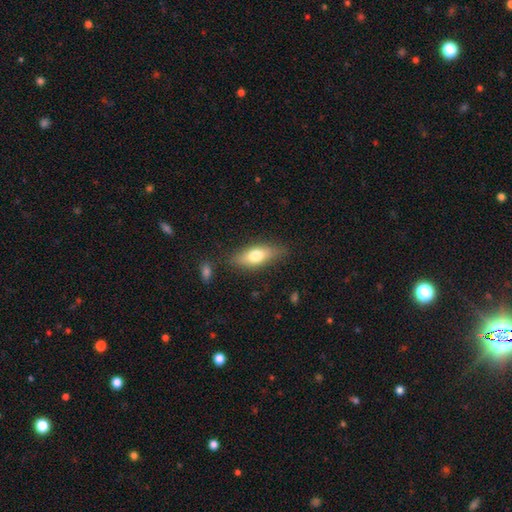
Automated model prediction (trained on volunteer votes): A smooth galaxy with no disk features (67%) that is in between round and cigar-shaped (67%).

Vote fractions:
- Smooth or featured? smooth: 67% / featured or disk: 26% / star or artifact: 7%
- How rounded? in between: 67% / cigar-shaped: 30% / round: 4%
- Merging? none: 79% / minor disturbance: 15% / major disturbance: 4% / merger: 2%